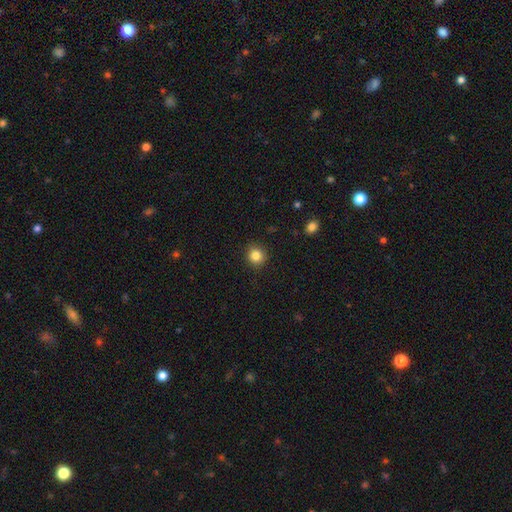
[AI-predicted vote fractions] Morphology: type=smooth (84%); roundness=round (90%); merging=none (90%).